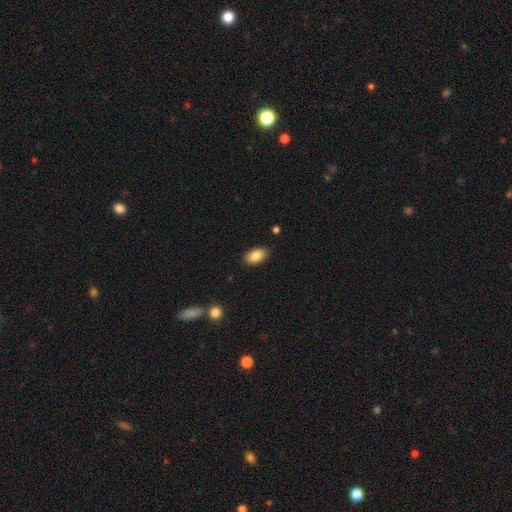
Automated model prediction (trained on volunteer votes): smooth_or_featured: smooth (p=0.86) [alt: star or artifact p=0.07]
how_rounded: in between (p=0.92) [alt: round p=0.06]
merging: none (p=0.87) [alt: minor disturbance p=0.09]